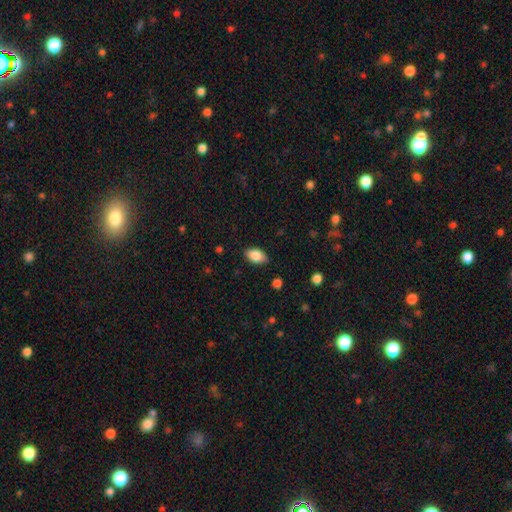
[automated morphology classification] Overall: smooth (84%). How rounded: in between (91%). Merging: none (85%).